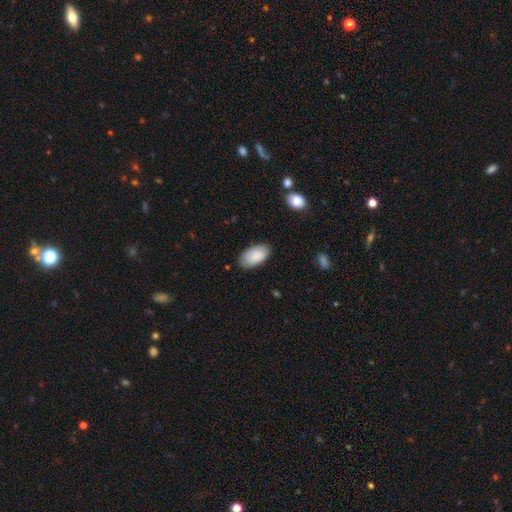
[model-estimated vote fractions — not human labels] A smooth galaxy with no disk features (86%) that is in between round and cigar-shaped (95%).

Vote fractions:
- Smooth or featured? smooth: 86% / featured or disk: 8% / star or artifact: 6%
- How rounded? in between: 95% / round: 3% / cigar-shaped: 2%
- Merging? none: 80% / minor disturbance: 16% / major disturbance: 3% / merger: 1%